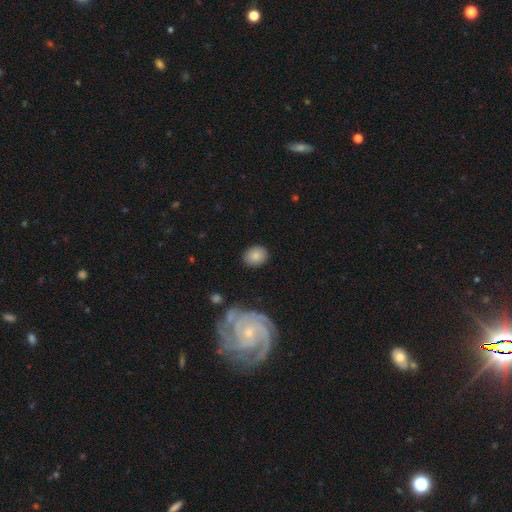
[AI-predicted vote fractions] Morphology: type=smooth (81%); roundness=round (56%); merging=none (86%).